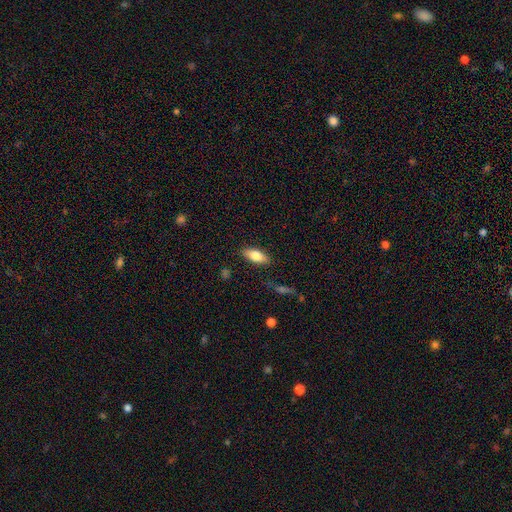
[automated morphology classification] Q: Smooth or featured?
A: smooth (77%); runner-up: featured or disk (17%)
Q: How rounded?
A: in between (82%); runner-up: cigar-shaped (16%)
Q: Merging?
A: none (85%); runner-up: minor disturbance (10%)